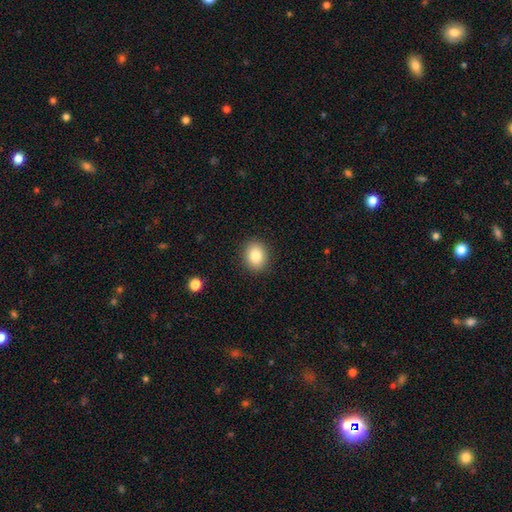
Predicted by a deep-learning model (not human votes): Overall: smooth (83%). How rounded: round (60%; in between 39%). Merging: none (90%).